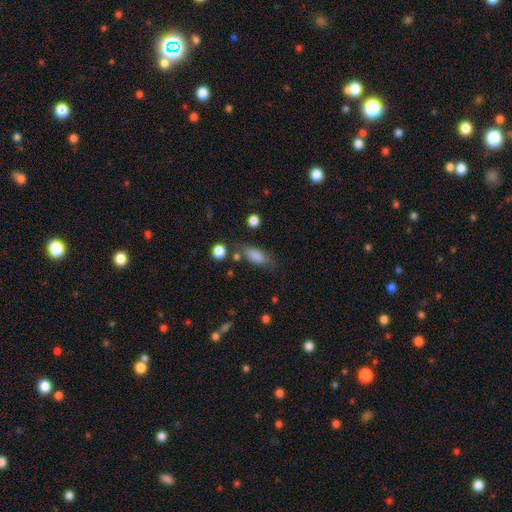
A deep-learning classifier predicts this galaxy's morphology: Smooth or featured?
  - smooth: 83% *
  - star or artifact: 9%
  - featured or disk: 8%
How rounded?
  - in between: 78% *
  - cigar-shaped: 17%
  - round: 4%
Merging?
  - none: 68% *
  - minor disturbance: 20%
  - major disturbance: 7%
  - merger: 5%